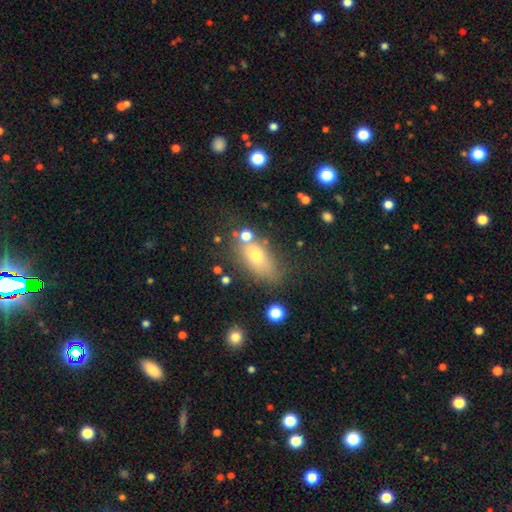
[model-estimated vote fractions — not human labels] This is likely a smooth galaxy (66%). How rounded: likely in between (78%). Merging: likely none (63%).